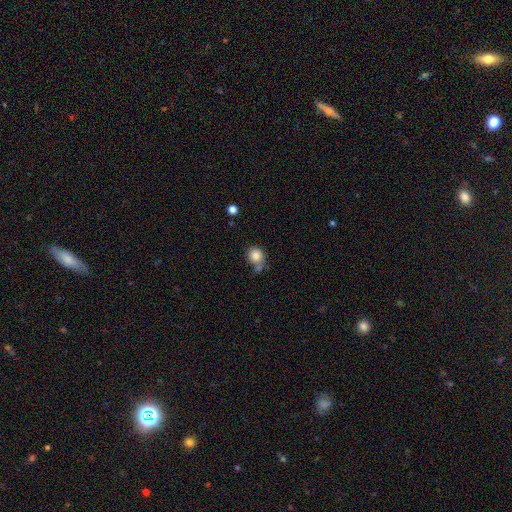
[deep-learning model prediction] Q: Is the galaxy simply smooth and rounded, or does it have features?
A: smooth — 83%.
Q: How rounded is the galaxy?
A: round — 79%.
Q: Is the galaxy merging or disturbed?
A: none — 55%.